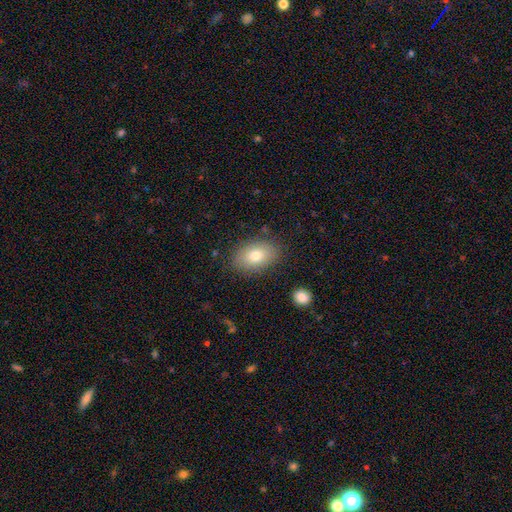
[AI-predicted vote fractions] Q: Smooth or featured?
A: smooth (78%); runner-up: featured or disk (14%)
Q: How rounded?
A: in between (89%); runner-up: round (10%)
Q: Merging?
A: none (83%); runner-up: minor disturbance (12%)